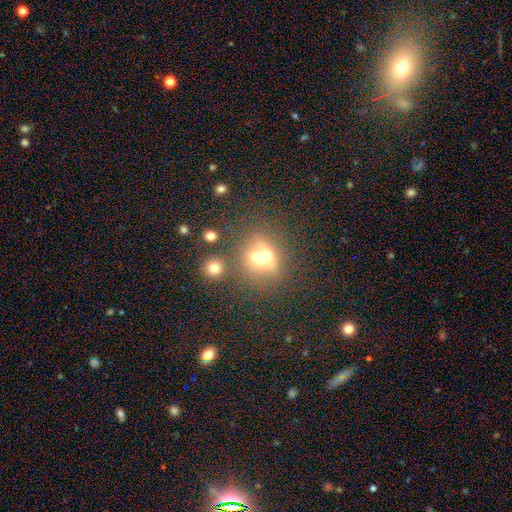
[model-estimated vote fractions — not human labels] This is possibly a smooth galaxy (51%). How rounded: likely round (70%). Merging: possibly merger (56%).